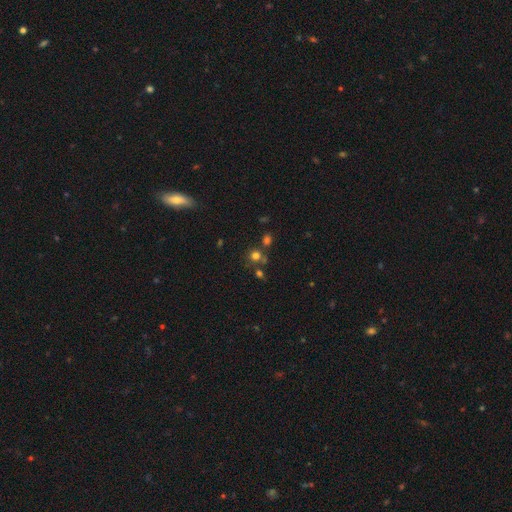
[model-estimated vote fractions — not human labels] Morphology: type=smooth (66%); roundness=round (89%); merging=none (66%).